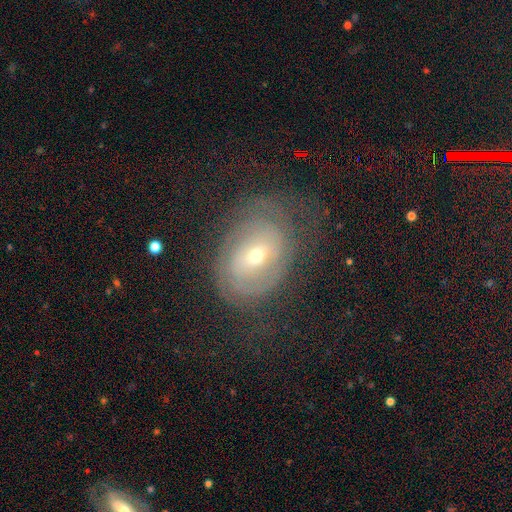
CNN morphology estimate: Smooth or featured: featured or disk — 70% (smooth — 19%)
Edge-on disk: no — 95% (yes — 5%)
Bar: no — 43% (weak — 41%)
Spiral arms: yes — 77% (no — 23%)
Spiral winding: tight — 65% (medium — 25%)
Spiral arm count: can't tell — 46% (2 — 36%)
Bulge size: small — 54% (moderate — 42%)
Merging: none — 66% (minor disturbance — 18%)